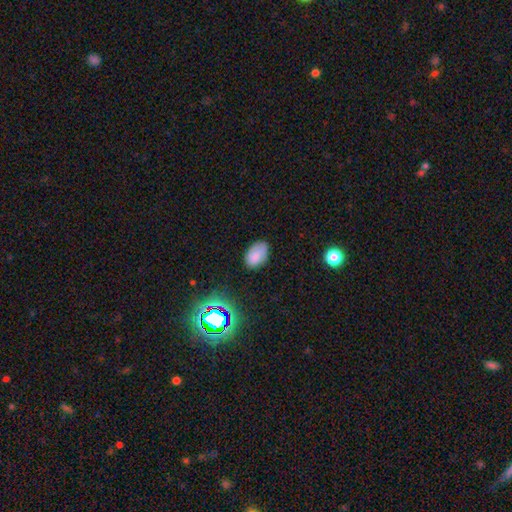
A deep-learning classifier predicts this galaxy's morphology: type=smooth (80%); roundness=in between (89%); merging=none (71%).